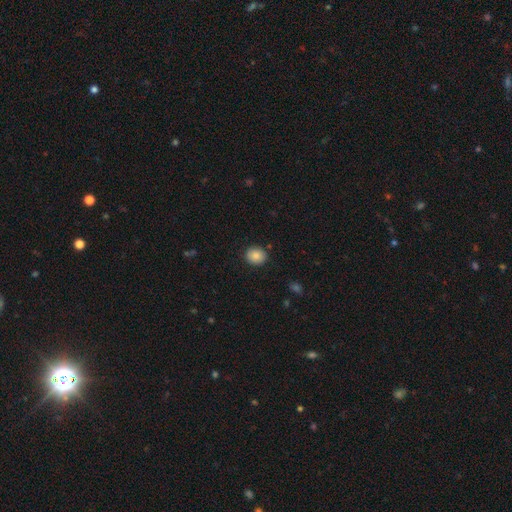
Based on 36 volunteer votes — Smooth or featured? 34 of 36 (94%) said smooth. How rounded? 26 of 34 (76%) said round. Merging? 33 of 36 (92%) said none.